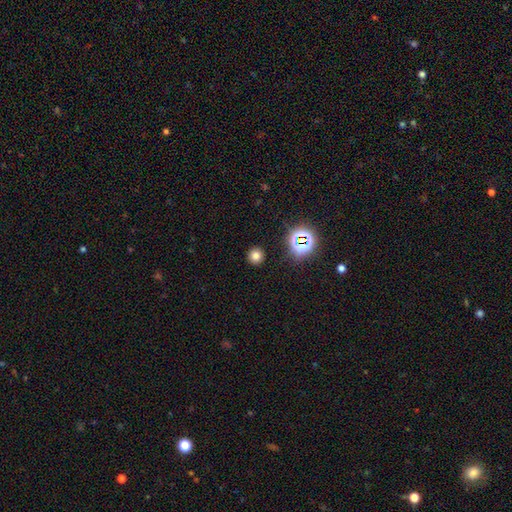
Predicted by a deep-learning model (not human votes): smooth_or_featured: smooth (p=0.74) [alt: star or artifact p=0.20]
how_rounded: round (p=0.93) [alt: in between p=0.06]
merging: none (p=0.91) [alt: minor disturbance p=0.06]